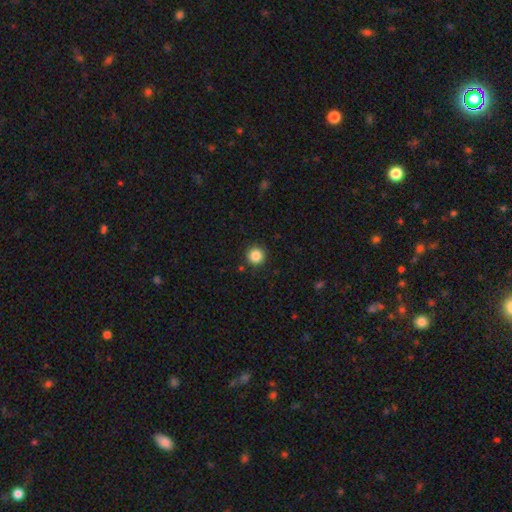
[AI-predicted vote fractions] A smooth galaxy with no disk features (86%) that is round (96%).

Vote fractions:
- Smooth or featured? smooth: 86% / star or artifact: 11% / featured or disk: 3%
- How rounded? round: 96% / in between: 3% / cigar-shaped: 1%
- Merging? none: 91% / minor disturbance: 6% / major disturbance: 2% / merger: 2%